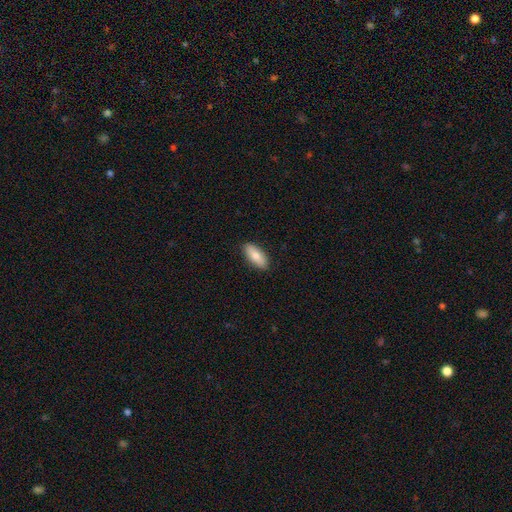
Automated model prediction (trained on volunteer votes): A smooth galaxy with no disk features (78%) that is in between round and cigar-shaped (83%).

Vote fractions:
- Smooth or featured? smooth: 78% / featured or disk: 16% / star or artifact: 6%
- How rounded? in between: 83% / cigar-shaped: 15% / round: 2%
- Merging? none: 88% / minor disturbance: 9% / major disturbance: 2% / merger: 1%